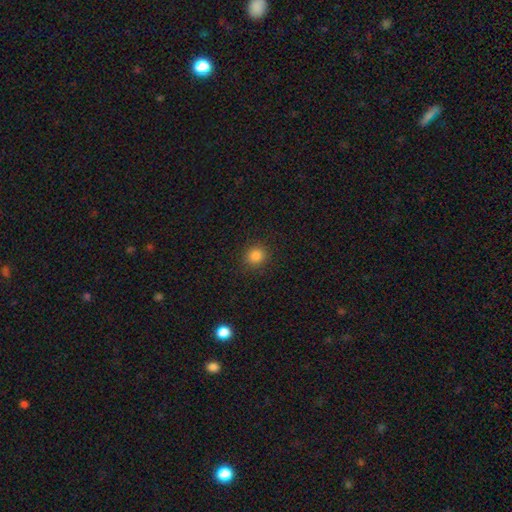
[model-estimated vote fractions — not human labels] Smooth or featured? Predicted: smooth (p=0.84). How rounded? Predicted: round (p=0.88). Merging? Predicted: none (p=0.89).